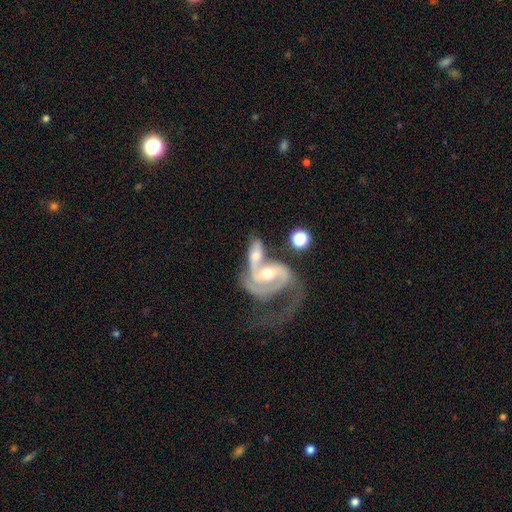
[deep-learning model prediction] Smooth or featured?
  - featured or disk: 79% *
  - smooth: 15%
  - star or artifact: 6%
Edge-on disk?
  - no: 96% *
  - yes: 4%
Bar?
  - no: 45% *
  - weak: 38%
  - strong: 17%
Spiral arms?
  - yes: 91% *
  - no: 9%
Spiral winding?
  - medium: 44% *
  - tight: 31%
  - loose: 25%
Spiral arm count?
  - 2: 64% *
  - can't tell: 14%
  - 1: 10%
  - 3: 9%
  - 4: 2%
  - more than 4: 2%
Bulge size?
  - moderate: 69% *
  - small: 24%
  - large: 5%
  - none: 2%
  - dominant: 1%
Merging?
  - merger: 68% *
  - none: 13%
  - major disturbance: 12%
  - minor disturbance: 7%